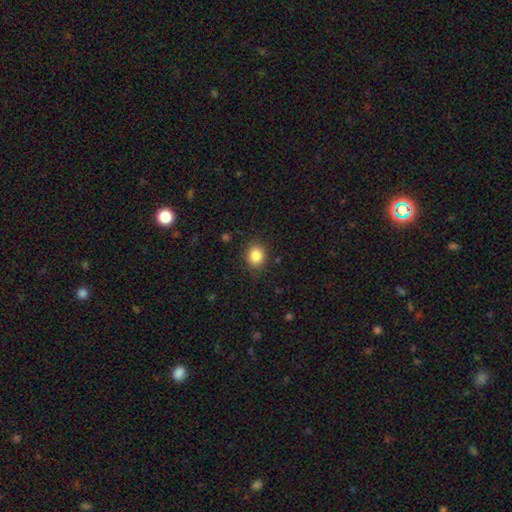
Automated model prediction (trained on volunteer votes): The model was most divided on "how rounded": round: 72%, in between: 27%, cigar-shaped: 1%. More confident: merging — none (87%); smooth or featured — smooth (85%).